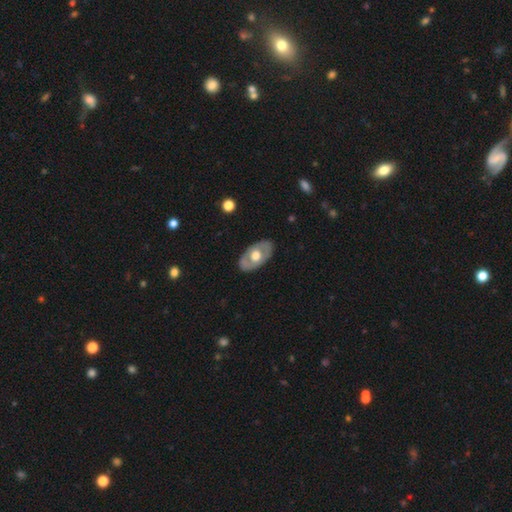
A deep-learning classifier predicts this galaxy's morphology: Smooth or featured? featured or disk (52%)
Edge-on disk? no (87%)
Merging? none (82%)